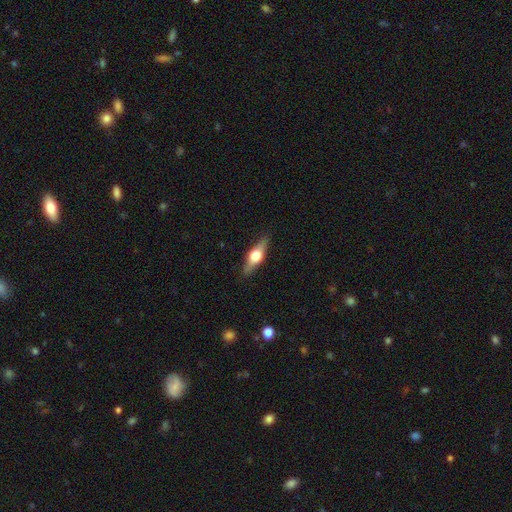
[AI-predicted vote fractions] A featured or disk galaxy (60%) viewed edge-on (94%) with a rounded central bulge (93%). Merging: none (86%).